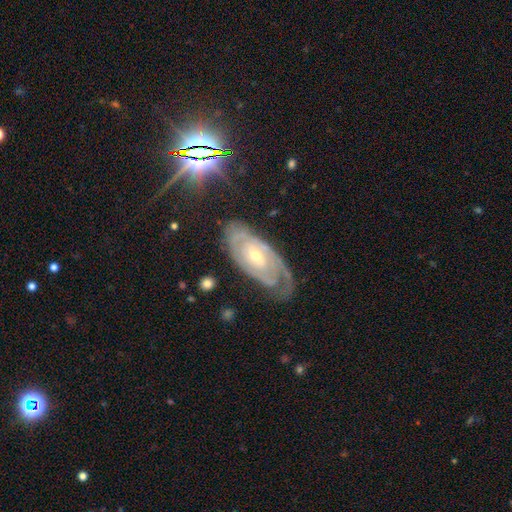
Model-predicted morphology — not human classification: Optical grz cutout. It shows a featured or disk galaxy (84%) with no bar (53%), tight (75%) spiral arms (92%) and a small central bulge (55%). Merging: none (69%).